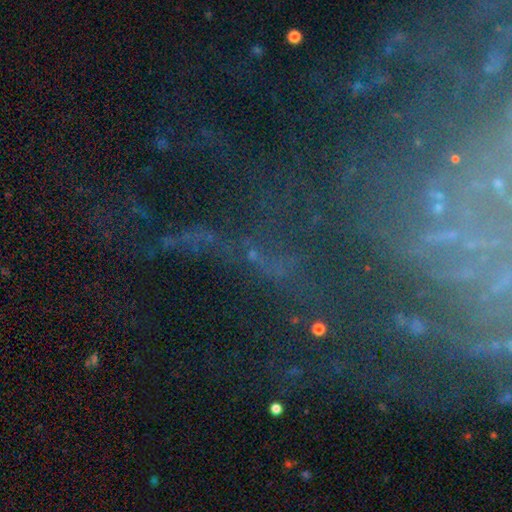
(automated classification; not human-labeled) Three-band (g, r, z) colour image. It shows a star or artifact, not a galaxy (74%).